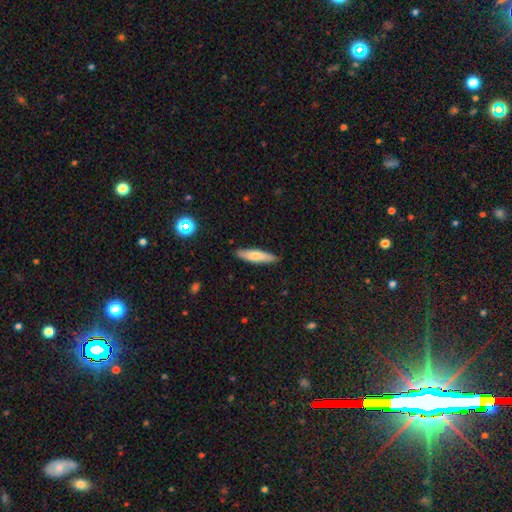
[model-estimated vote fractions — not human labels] Morphology: type=smooth (70%); roundness=cigar-shaped (76%); merging=none (87%).